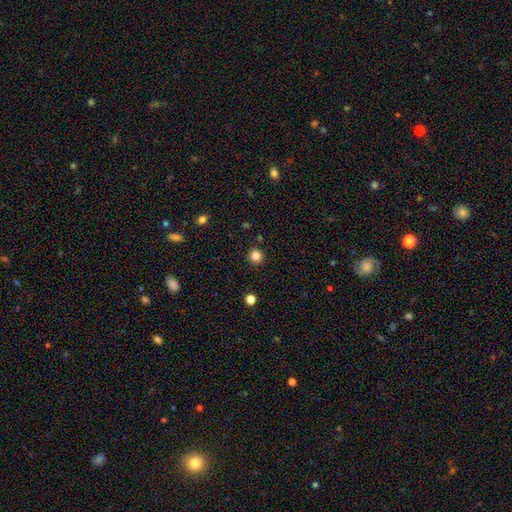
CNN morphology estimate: This is clearly a smooth galaxy (84%). How rounded: clearly round (95%). Merging: clearly none (92%).